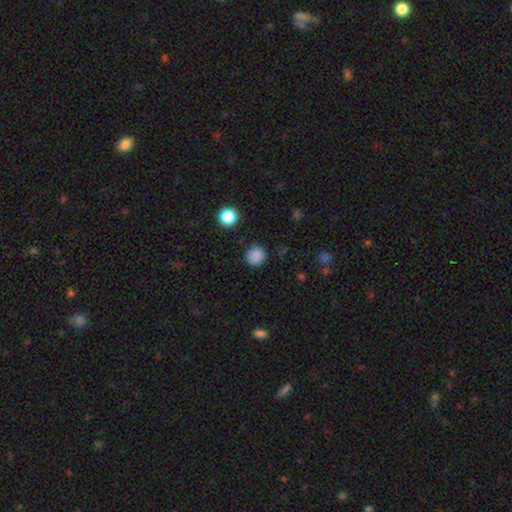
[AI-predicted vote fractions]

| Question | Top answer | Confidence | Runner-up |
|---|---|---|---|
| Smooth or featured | smooth | 86% | star or artifact (11%) |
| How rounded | round | 92% | in between (7%) |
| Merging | none | 89% | minor disturbance (7%) |